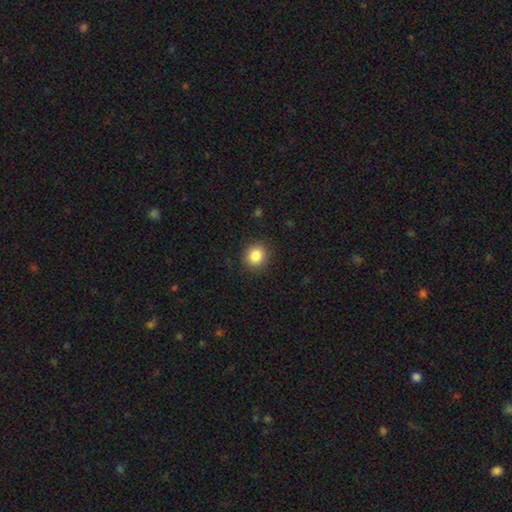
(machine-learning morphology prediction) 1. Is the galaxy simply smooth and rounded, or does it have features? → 85% smooth, 10% star or artifact, 5% featured or disk.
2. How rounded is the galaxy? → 86% round, 13% in between, 1% cigar-shaped.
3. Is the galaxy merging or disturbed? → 90% none, 7% minor disturbance, 2% major disturbance, 1% merger.